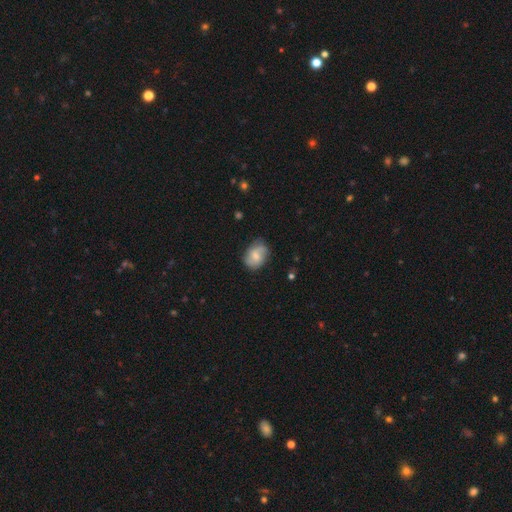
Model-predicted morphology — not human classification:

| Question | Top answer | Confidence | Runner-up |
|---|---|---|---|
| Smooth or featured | smooth | 57% | featured or disk (35%) |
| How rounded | in between | 63% | round (36%) |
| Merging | none | 63% | minor disturbance (28%) |